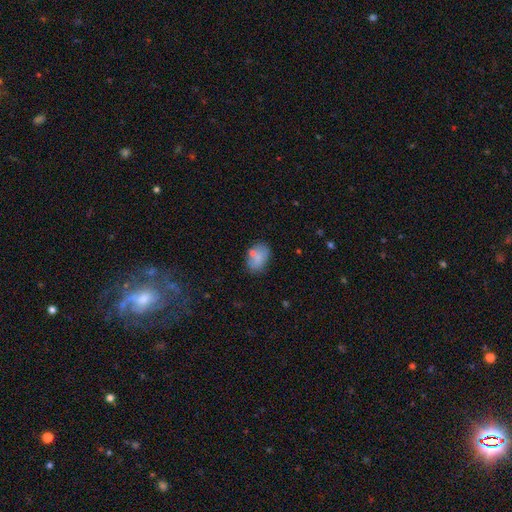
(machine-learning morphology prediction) The model was most divided on "merging": none: 66%, minor disturbance: 19%, merger: 9%, major disturbance: 6%. More confident: how rounded — in between (85%); smooth or featured — smooth (76%).